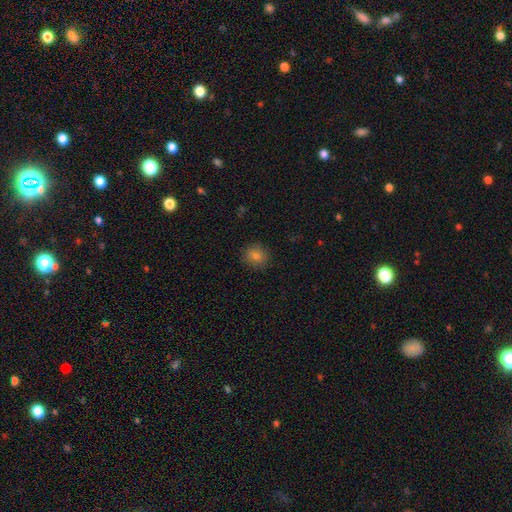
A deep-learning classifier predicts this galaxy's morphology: The model was most divided on "smooth or featured": smooth: 78%, star or artifact: 14%, featured or disk: 8%. More confident: merging — none (89%); how rounded — round (85%).